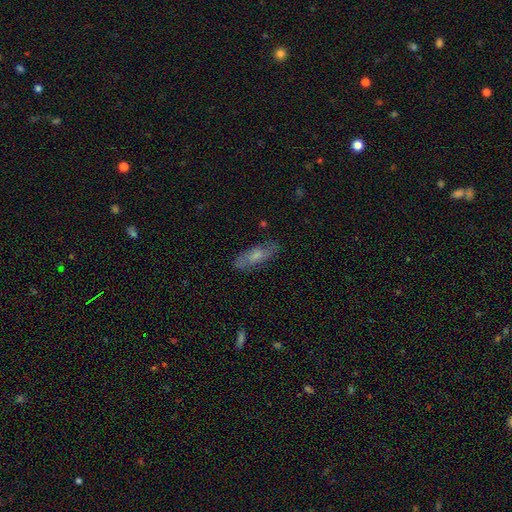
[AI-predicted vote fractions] Smooth or featured? Predicted: smooth (p=0.50). How rounded? Predicted: in between (p=0.60). Merging? Predicted: none (p=0.77).